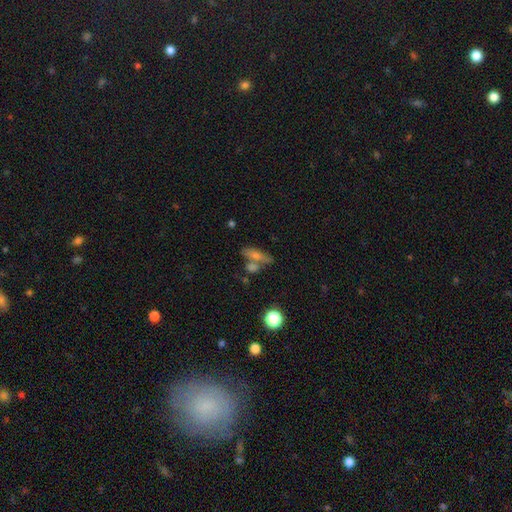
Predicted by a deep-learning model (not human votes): Morphology: type=smooth (55%); roundness=in between (48%); merging=none (53%).